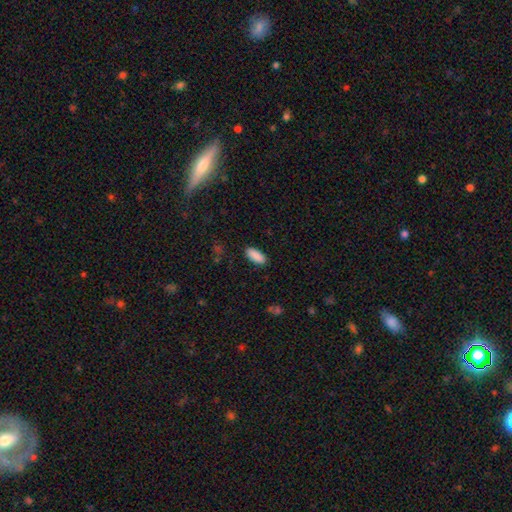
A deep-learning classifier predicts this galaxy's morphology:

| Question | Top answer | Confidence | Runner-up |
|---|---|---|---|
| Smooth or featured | smooth | 90% | star or artifact (7%) |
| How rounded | in between | 85% | cigar-shaped (14%) |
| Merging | none | 89% | minor disturbance (8%) |